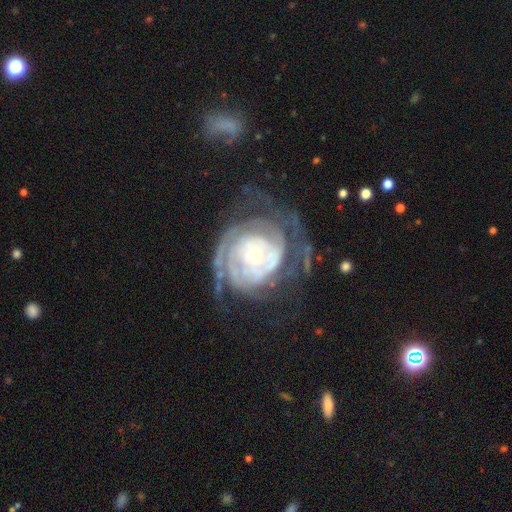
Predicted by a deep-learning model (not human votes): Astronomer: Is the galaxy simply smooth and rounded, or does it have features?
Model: featured or disk — 84%.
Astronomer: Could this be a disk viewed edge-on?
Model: no — 97%.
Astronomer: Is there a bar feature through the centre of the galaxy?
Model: no — 79%.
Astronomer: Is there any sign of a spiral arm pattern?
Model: yes — 90%.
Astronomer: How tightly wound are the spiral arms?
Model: tight — 71%.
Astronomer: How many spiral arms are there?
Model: can't tell — 39% (runner-up: 2, 24%).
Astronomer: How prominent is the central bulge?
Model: small — 73%.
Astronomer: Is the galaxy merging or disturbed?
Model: none — 53%.